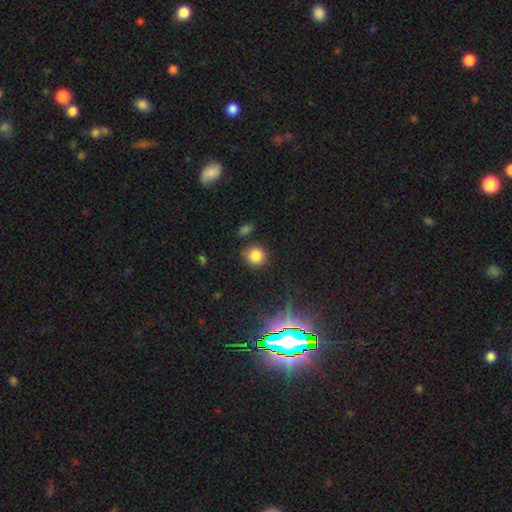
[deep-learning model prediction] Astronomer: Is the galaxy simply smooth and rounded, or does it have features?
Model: smooth — 81%.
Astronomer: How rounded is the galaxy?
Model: round — 88%.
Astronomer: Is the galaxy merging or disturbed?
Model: none — 78%.